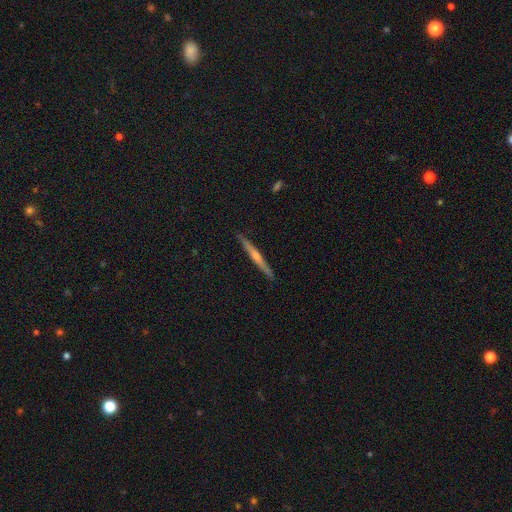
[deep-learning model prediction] Smooth or featured? Predicted: featured or disk (p=0.73). Edge-on disk? Predicted: yes (p=0.98). Edge-on bulge? Predicted: rounded (p=0.73). Merging? Predicted: none (p=0.91).